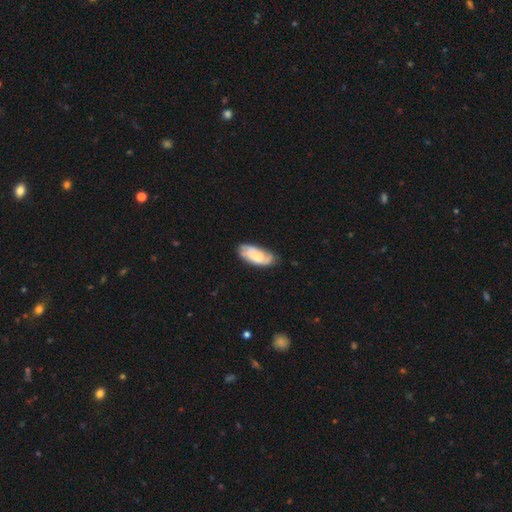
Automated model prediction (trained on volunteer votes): A smooth galaxy with no disk features (48%). Merging: none (65%).